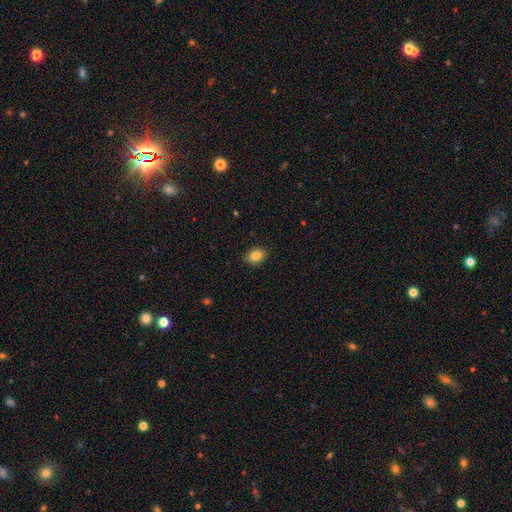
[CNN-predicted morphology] The model was most divided on "how rounded": in between: 70%, round: 29%, cigar-shaped: 1%. More confident: merging — none (90%); smooth or featured — smooth (85%).